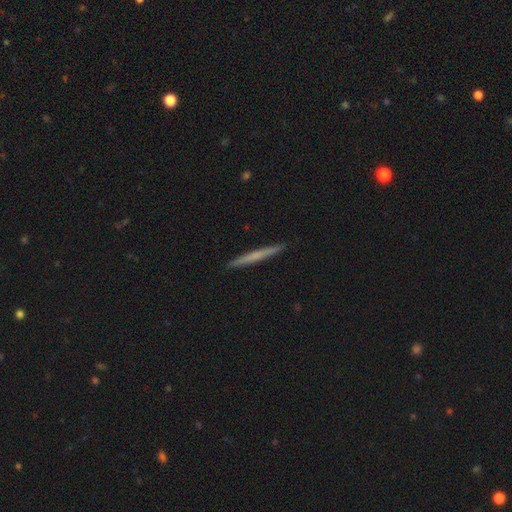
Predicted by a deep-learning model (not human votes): Overall: smooth (52%; featured or disk 43%). How rounded: cigar-shaped (97%). Merging: none (93%).